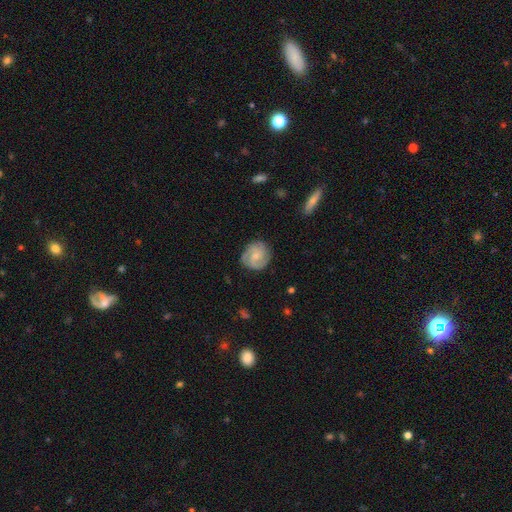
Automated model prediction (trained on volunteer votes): A featured or disk galaxy (73%) with no bar (62%), 2 (40%) tight (50%) spiral arms (95%) and a small central bulge (59%). Merging: none (81%).